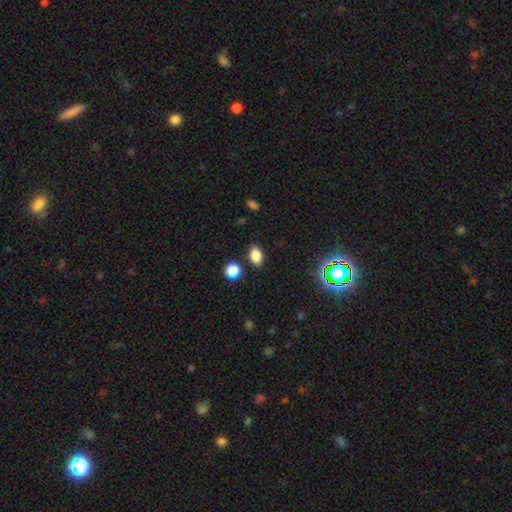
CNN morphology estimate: The model was most divided on "how rounded": in between: 82%, round: 17%, cigar-shaped: 2%. More confident: merging — none (84%); smooth or featured — smooth (83%).